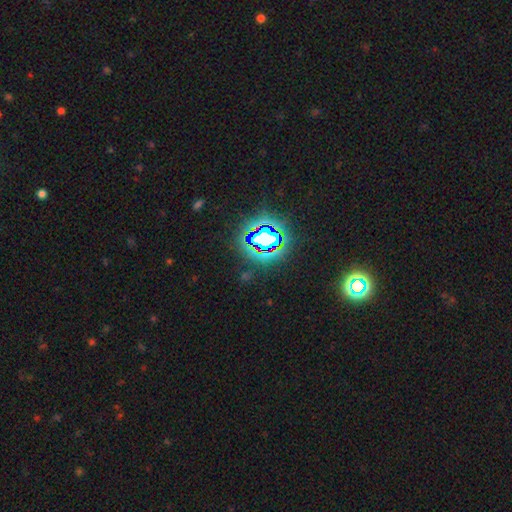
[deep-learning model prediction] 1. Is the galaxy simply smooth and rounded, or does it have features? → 82% star or artifact, 11% smooth, 7% featured or disk.